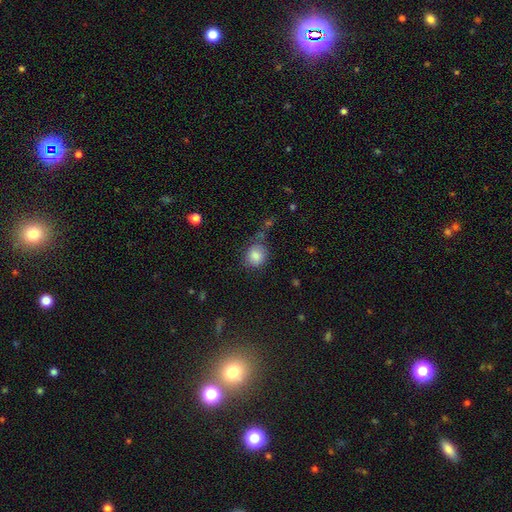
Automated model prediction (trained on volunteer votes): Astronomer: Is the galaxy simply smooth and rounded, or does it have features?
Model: smooth — 83%.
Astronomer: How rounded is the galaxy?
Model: round — 71%.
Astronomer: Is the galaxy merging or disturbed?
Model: none — 58%.